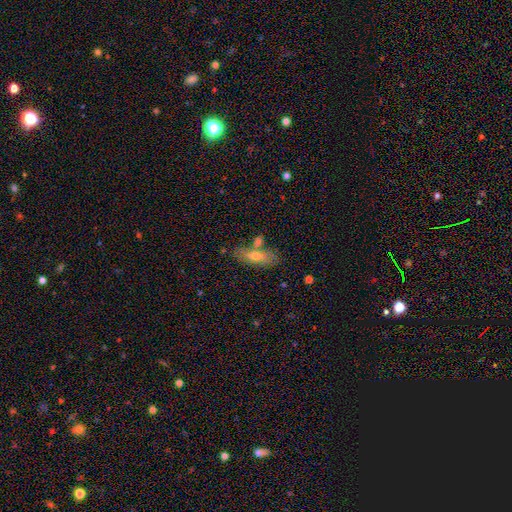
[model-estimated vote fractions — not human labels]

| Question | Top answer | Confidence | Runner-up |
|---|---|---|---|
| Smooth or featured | smooth | 63% | featured or disk (29%) |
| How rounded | in between | 55% | cigar-shaped (42%) |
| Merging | none | 69% | minor disturbance (14%) |